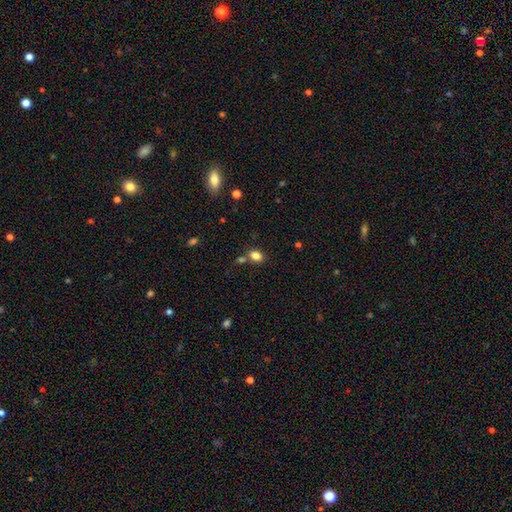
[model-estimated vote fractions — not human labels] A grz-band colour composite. It shows a smooth galaxy with no disk features (83%) that is in between round and cigar-shaped (67%). Merging: none (66%).